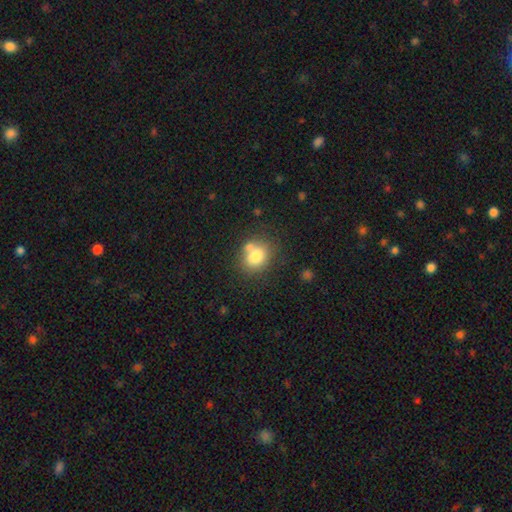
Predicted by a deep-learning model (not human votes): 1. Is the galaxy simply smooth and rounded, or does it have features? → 77% smooth, 13% featured or disk, 10% star or artifact.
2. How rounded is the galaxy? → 59% round, 40% in between, 1% cigar-shaped.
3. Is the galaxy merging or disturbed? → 57% none, 23% merger, 15% minor disturbance, 5% major disturbance.